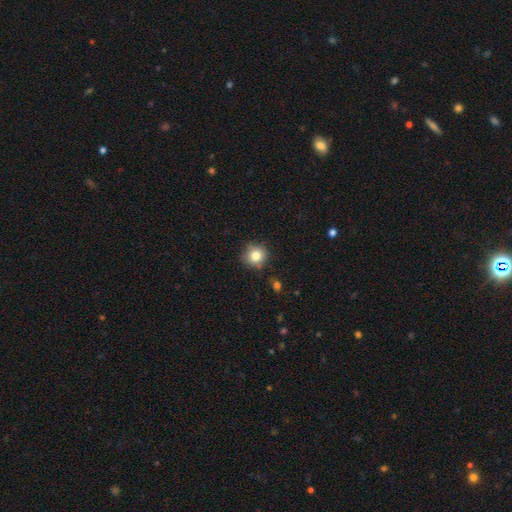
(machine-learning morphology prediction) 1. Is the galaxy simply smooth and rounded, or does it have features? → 81% smooth, 11% star or artifact, 8% featured or disk.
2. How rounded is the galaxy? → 90% round, 9% in between, 1% cigar-shaped.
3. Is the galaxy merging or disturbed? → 80% none, 14% minor disturbance, 3% major disturbance, 2% merger.